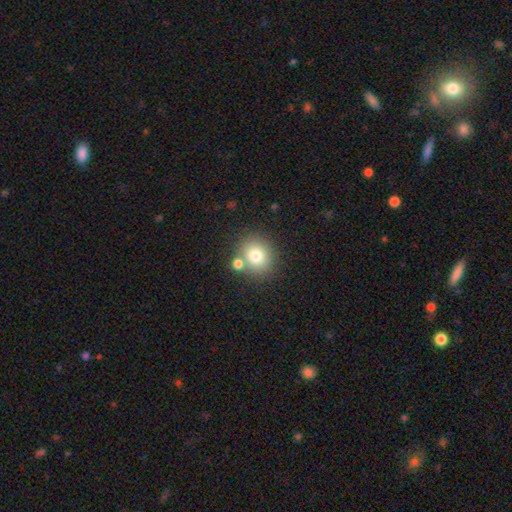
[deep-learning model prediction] A smooth galaxy with no disk features (76%) that is round (83%). Merging: none (70%).